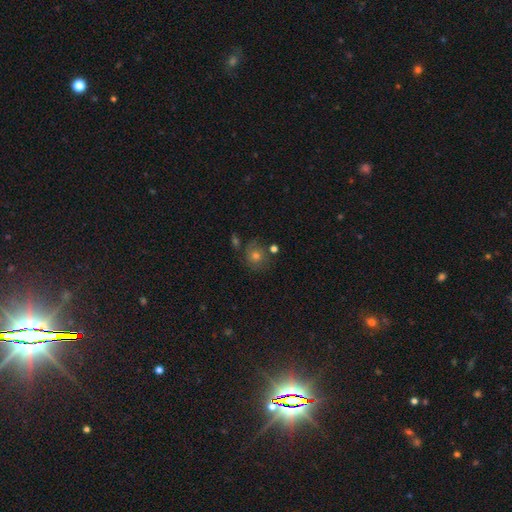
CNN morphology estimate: smooth_or_featured: smooth (p=0.48) [alt: featured or disk p=0.28]
merging: none (p=0.72) [alt: minor disturbance p=0.14]